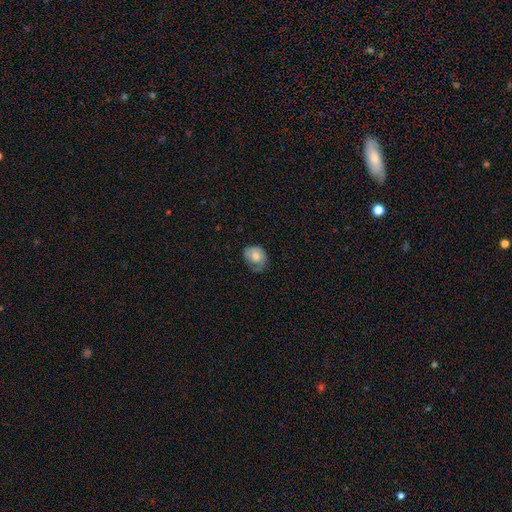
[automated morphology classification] Q: Smooth or featured?
A: smooth (50%); runner-up: featured or disk (42%)
Q: How rounded?
A: round (53%); runner-up: in between (47%)
Q: Merging?
A: none (51%); runner-up: minor disturbance (30%)